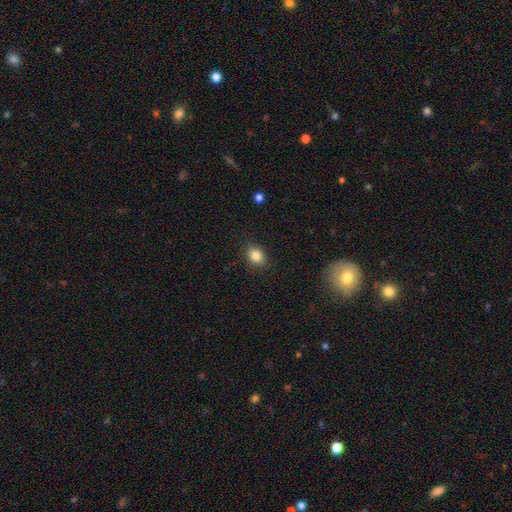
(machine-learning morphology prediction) Overall: smooth (84%). How rounded: in between (62%; round 37%). Merging: none (86%).